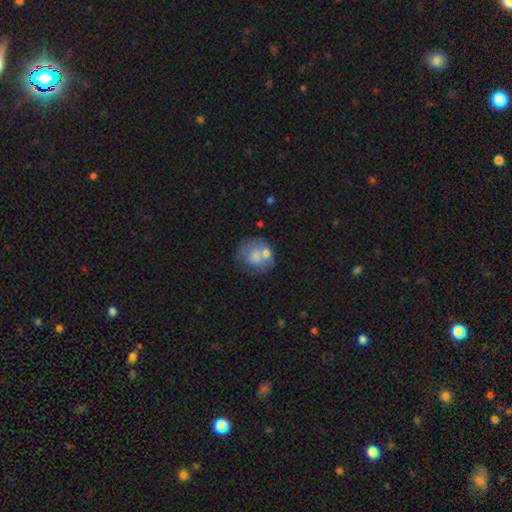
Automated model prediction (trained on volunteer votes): smooth-or-featured: smooth: 63% | featured or disk: 29% | star or artifact: 8%
  how-rounded: round: 78% | in between: 21% | cigar-shaped: 1%
  merging: none: 48% | merger: 22% | minor disturbance: 19% | major disturbance: 10%